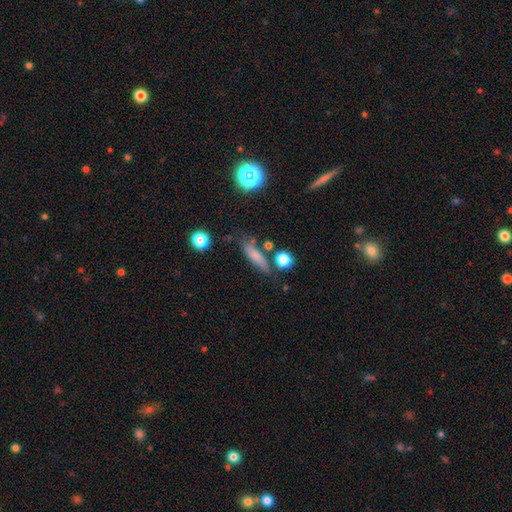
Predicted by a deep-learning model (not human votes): The model was most divided on "how rounded": cigar-shaped: 64%, in between: 30%, round: 6%. More confident: smooth or featured — smooth (71%); merging — none (69%).